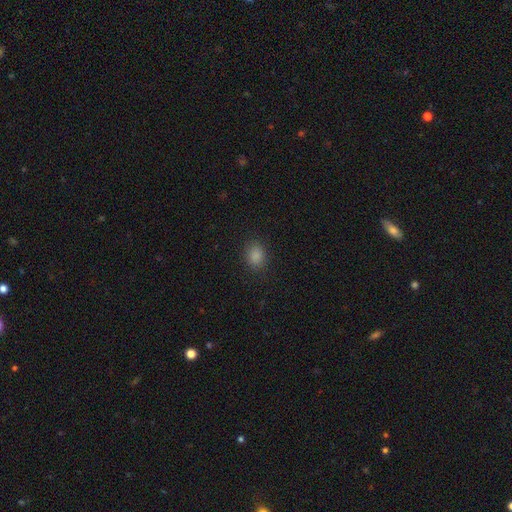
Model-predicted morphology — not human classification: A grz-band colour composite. It shows a smooth galaxy with no disk features (86%) that is round (50%). Merging: none (87%).